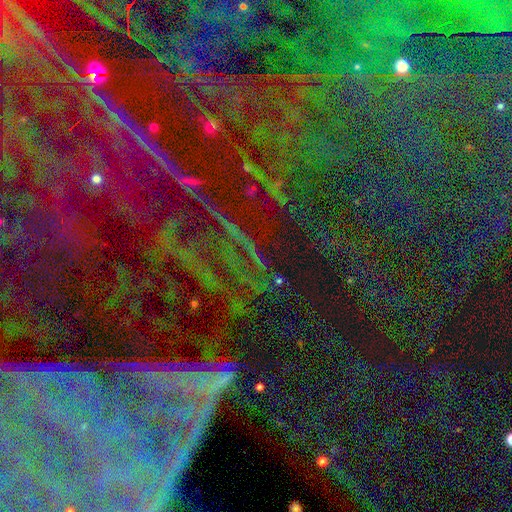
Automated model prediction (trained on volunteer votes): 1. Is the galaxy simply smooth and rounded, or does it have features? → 84% star or artifact, 8% featured or disk, 8% smooth.